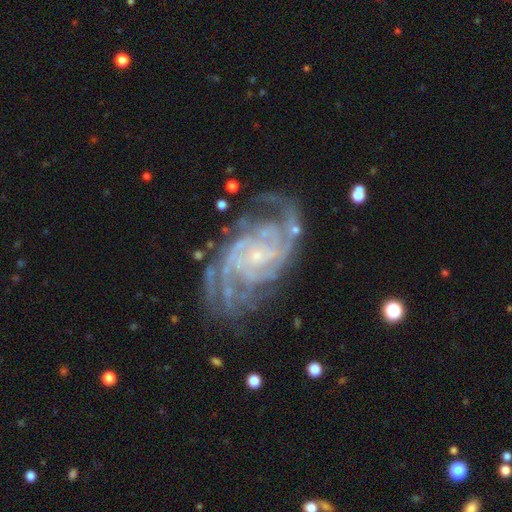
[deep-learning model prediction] Overall: featured or disk (90%). Edge-on disk: no (97%). Bar: no (65%; weak 26%). Spiral arms: yes (98%). Spiral arm count: 2 (22%; can't tell 20%). Spiral winding: tight (59%; medium 34%). Bulge size: small (83%). Merging: none (67%).